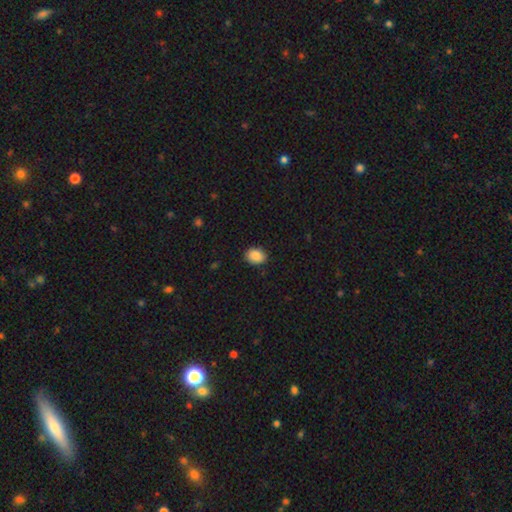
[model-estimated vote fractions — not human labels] Smooth or featured? Predicted: smooth (p=0.89). How rounded? Predicted: in between (p=0.65). Merging? Predicted: none (p=0.89).